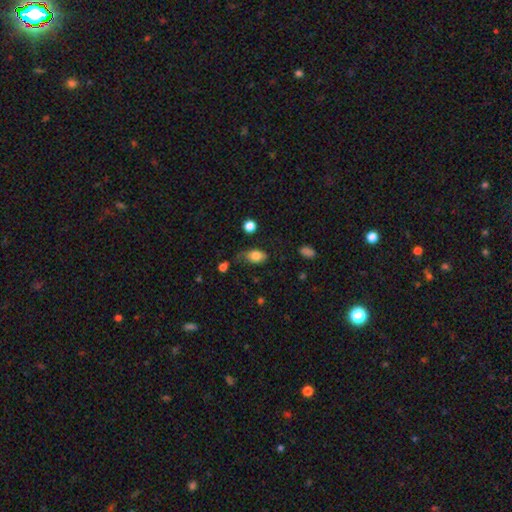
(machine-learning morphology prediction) smooth-or-featured: smooth: 79% | featured or disk: 12% | star or artifact: 8%
  how-rounded: in between: 85% | round: 13% | cigar-shaped: 2%
  merging: none: 47% | minor disturbance: 32% | major disturbance: 17% | merger: 4%